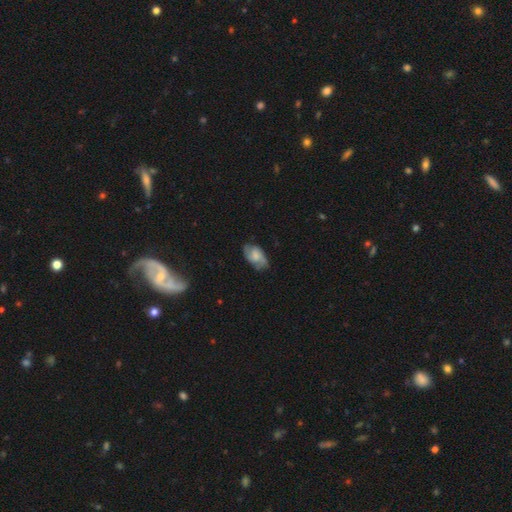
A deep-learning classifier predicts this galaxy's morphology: smooth-or-featured: featured or disk: 46% (tied) | smooth: 46% (tied) | star or artifact: 8%
  merging: none: 67% | minor disturbance: 24% | major disturbance: 7% | merger: 1%